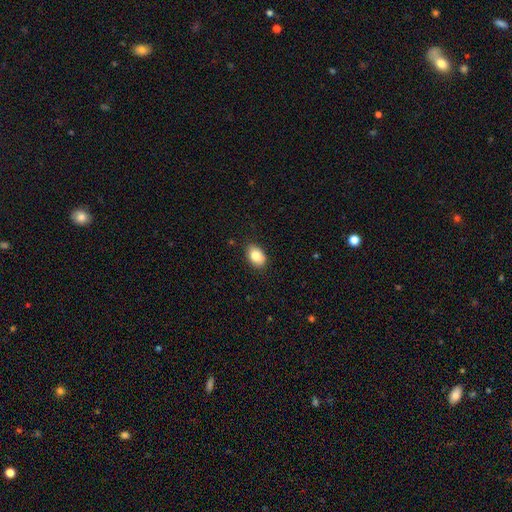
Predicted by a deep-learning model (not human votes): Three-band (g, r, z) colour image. It shows a smooth galaxy with no disk features (84%) that is in between round and cigar-shaped (86%). Merging: none (84%).